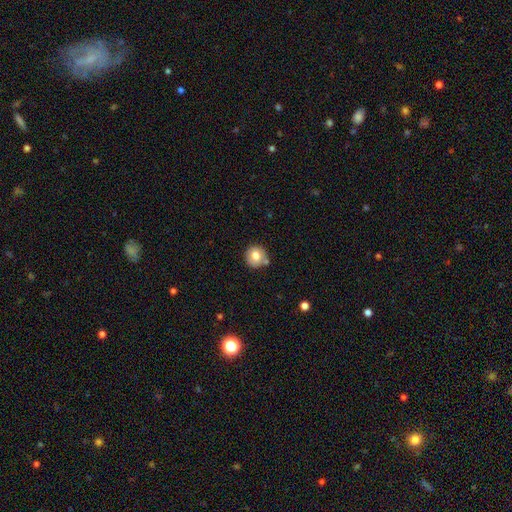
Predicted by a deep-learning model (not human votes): Morphology: type=smooth (78%); roundness=round (93%); merging=none (76%).